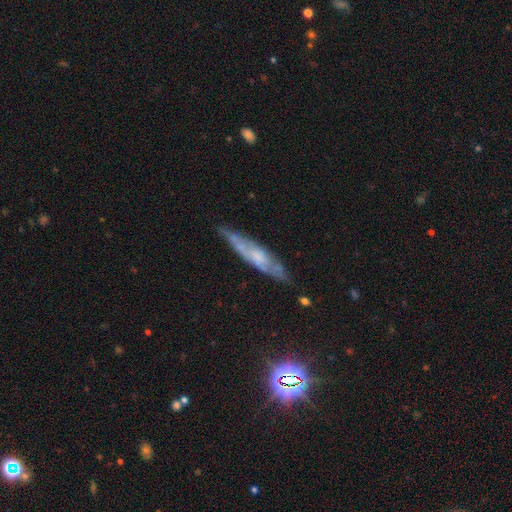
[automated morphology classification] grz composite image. It shows a featured or disk galaxy (62%) viewed edge-on (63%). Merging: none (71%).